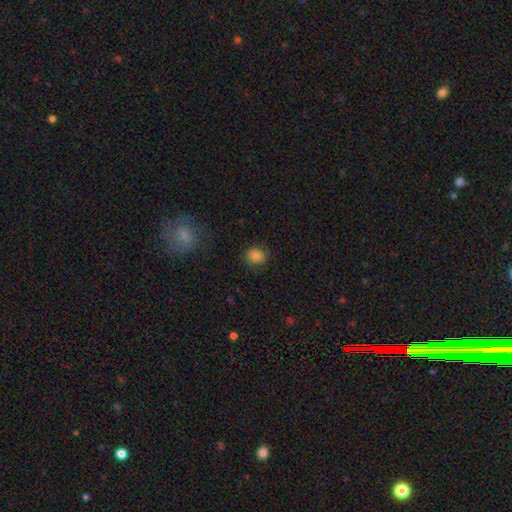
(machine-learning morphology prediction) smooth-or-featured: smooth: 83% | star or artifact: 11% | featured or disk: 6%
  how-rounded: round: 70% | in between: 29% | cigar-shaped: 1%
  merging: none: 82% | minor disturbance: 13% | major disturbance: 4% | merger: 1%